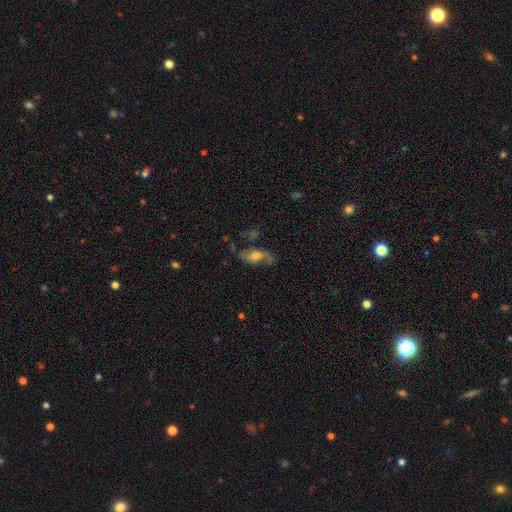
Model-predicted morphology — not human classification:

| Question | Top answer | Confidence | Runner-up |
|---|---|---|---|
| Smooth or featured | featured or disk | 59% | smooth (32%) |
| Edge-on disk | no | 88% | yes (12%) |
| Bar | no | 52% | weak (36%) |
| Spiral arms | yes | 82% | no (18%) |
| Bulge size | moderate | 49% | large (28%) |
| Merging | none | 59% | minor disturbance (22%) |